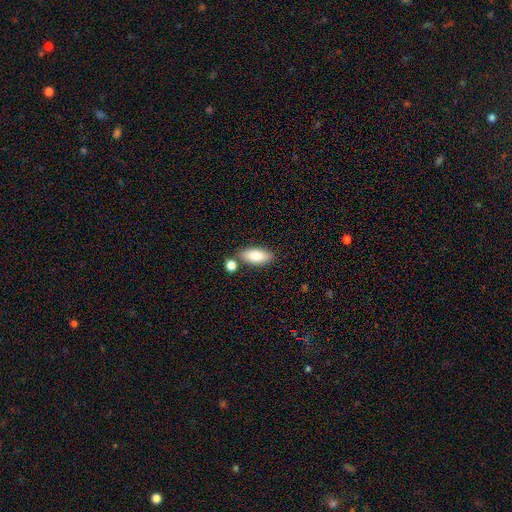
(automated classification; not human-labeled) smooth 81%, featured or disk 12%, star or artifact 7%. Down the decision tree: how rounded — in between (85%); merging — none (76%).